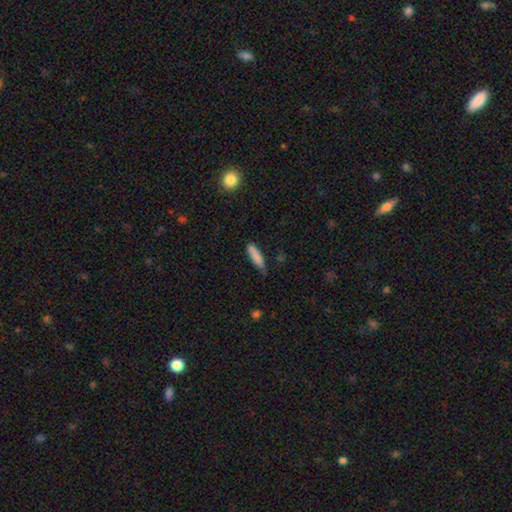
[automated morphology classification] smooth_or_featured: smooth (p=0.86) [alt: featured or disk p=0.08]
how_rounded: cigar-shaped (p=0.67) [alt: in between p=0.31]
merging: none (p=0.71) [alt: minor disturbance p=0.23]